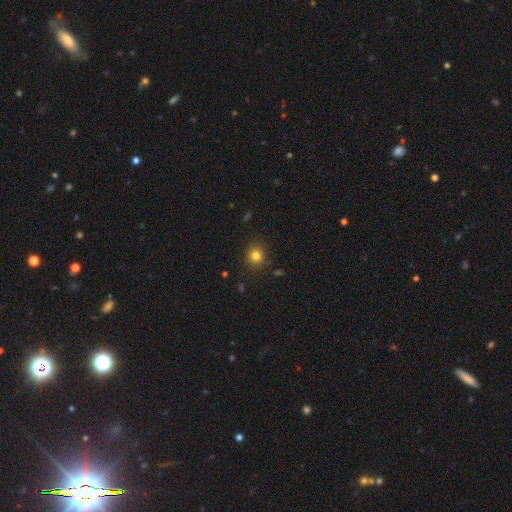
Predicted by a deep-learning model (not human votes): The model was most divided on "smooth or featured": smooth: 81%, star or artifact: 13%, featured or disk: 6%. More confident: merging — none (88%); how rounded — round (87%).